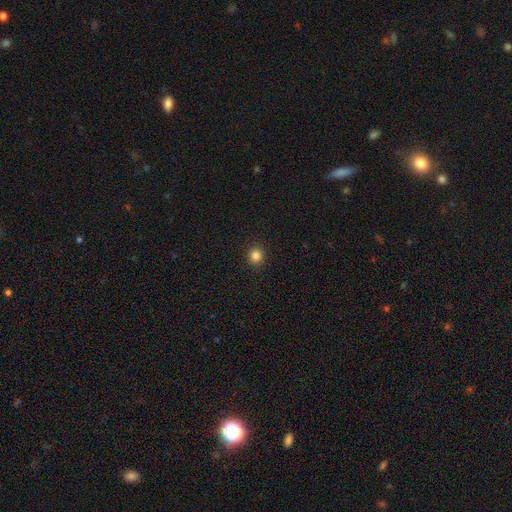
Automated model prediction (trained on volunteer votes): A smooth galaxy with no disk features (83%) that is round (89%).

Vote fractions:
- Smooth or featured? smooth: 83% / star or artifact: 12% / featured or disk: 4%
- How rounded? round: 89% / in between: 10% / cigar-shaped: 1%
- Merging? none: 93% / minor disturbance: 5% / major disturbance: 2% / merger: 1%